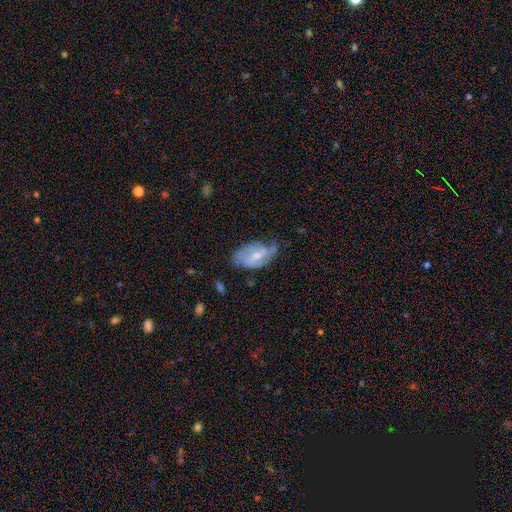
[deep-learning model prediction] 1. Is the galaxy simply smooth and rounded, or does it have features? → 66% featured or disk, 28% smooth, 6% star or artifact.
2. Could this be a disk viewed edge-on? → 95% no, 5% yes.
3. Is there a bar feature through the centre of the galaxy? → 50% weak, 34% no, 16% strong.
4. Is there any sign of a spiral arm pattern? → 77% yes, 23% no.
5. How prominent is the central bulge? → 49% moderate, 45% small, 3% none, 2% large, 1% dominant.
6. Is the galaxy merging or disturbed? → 45% none, 36% minor disturbance, 16% major disturbance, 3% merger.